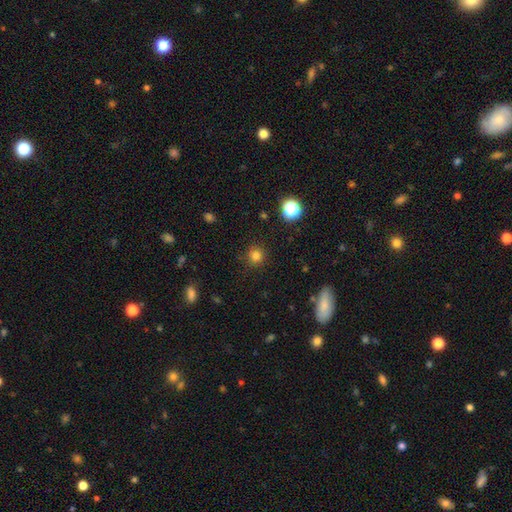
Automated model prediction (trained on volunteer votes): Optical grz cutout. It shows a smooth galaxy with no disk features (80%) that is round (92%). Merging: none (88%).